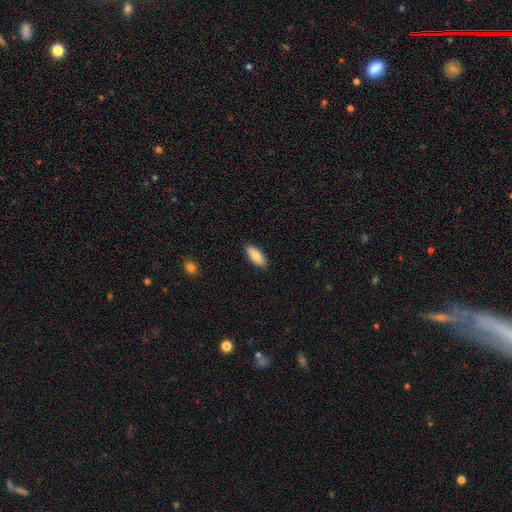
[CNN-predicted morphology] type=smooth (84%); roundness=in between (83%); merging=none (89%).